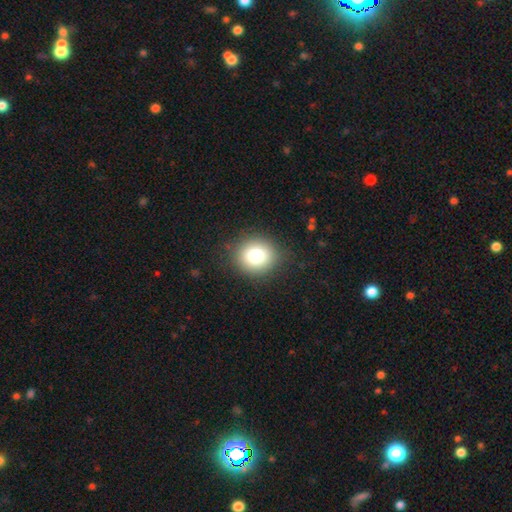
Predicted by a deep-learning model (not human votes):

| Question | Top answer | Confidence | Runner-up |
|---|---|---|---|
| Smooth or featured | smooth | 80% | star or artifact (11%) |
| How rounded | round | 81% | in between (18%) |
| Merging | none | 87% | minor disturbance (9%) |